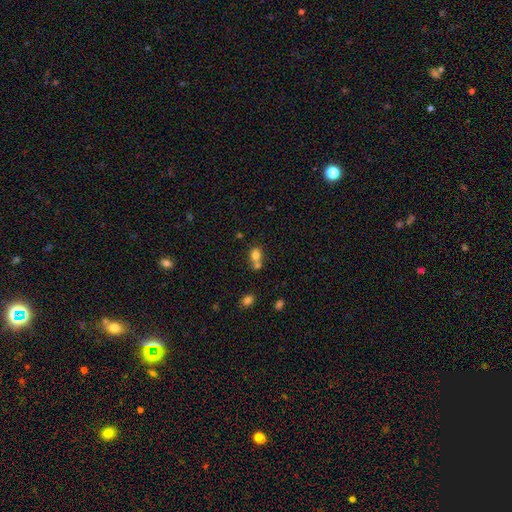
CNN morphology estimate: Smooth or featured? smooth (77%)
How rounded? round (62%)
Merging? merger (53%)